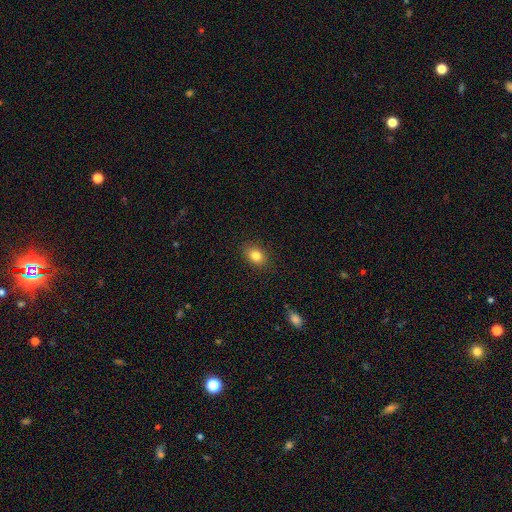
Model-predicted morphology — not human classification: Smooth or featured? Predicted: smooth (p=0.83). How rounded? Predicted: in between (p=0.72). Merging? Predicted: none (p=0.87).